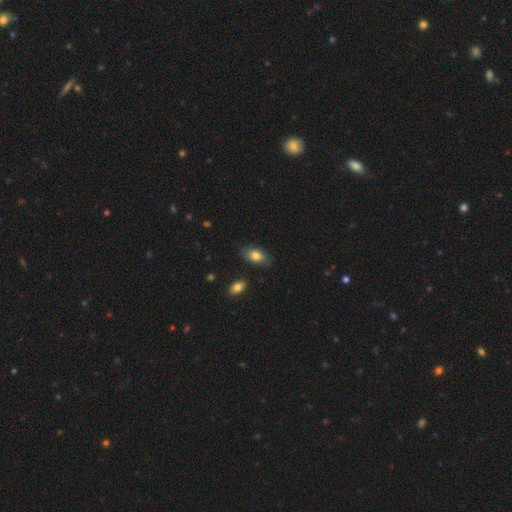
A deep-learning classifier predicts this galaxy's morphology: smooth_or_featured: smooth (p=0.80) [alt: featured or disk p=0.13]
how_rounded: in between (p=0.89) [alt: round p=0.07]
merging: none (p=0.82) [alt: minor disturbance p=0.13]